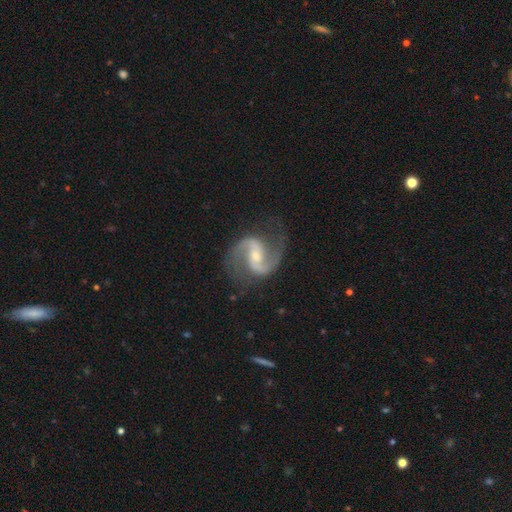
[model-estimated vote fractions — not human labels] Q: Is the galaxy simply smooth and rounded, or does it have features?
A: featured or disk — 93%.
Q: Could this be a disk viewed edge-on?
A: no — 98%.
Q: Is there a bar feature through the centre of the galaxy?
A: weak — 46%.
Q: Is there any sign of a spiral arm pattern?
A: yes — 98%.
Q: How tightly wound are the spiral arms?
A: medium — 58%.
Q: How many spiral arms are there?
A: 2 — 94%.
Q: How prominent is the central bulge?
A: small — 52%.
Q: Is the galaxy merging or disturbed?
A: none — 79%.